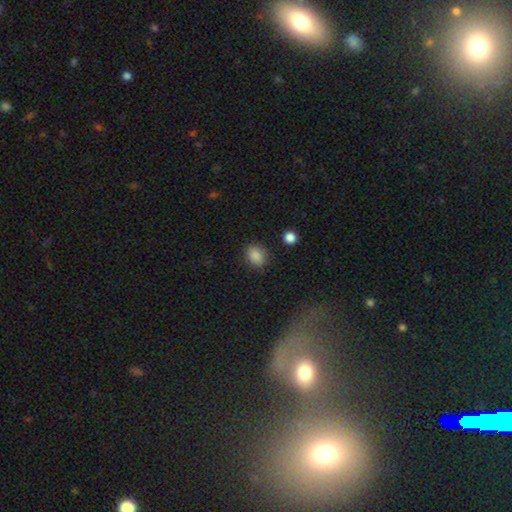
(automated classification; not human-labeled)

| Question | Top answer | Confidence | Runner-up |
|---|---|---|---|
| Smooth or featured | smooth | 87% | star or artifact (9%) |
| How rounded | in between | 60% | round (39%) |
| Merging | none | 84% | minor disturbance (11%) |